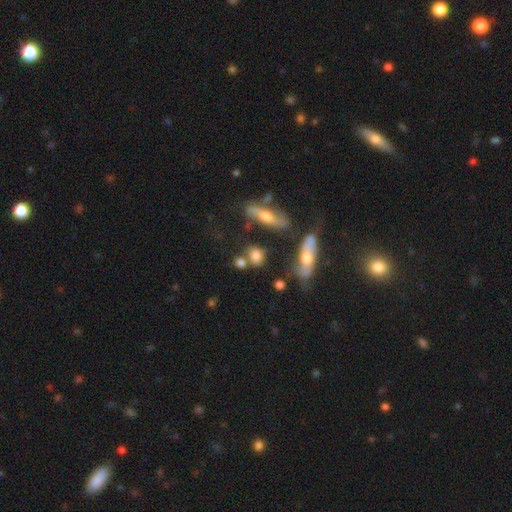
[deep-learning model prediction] smooth 74%, featured or disk 15%, star or artifact 11%. Down the decision tree: how rounded — round (53%); merging — none (59%).